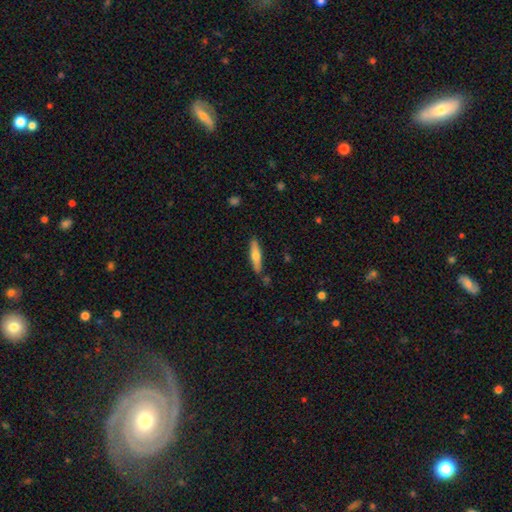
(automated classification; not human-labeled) Smooth or featured? Predicted: smooth (p=0.58). How rounded? Predicted: cigar-shaped (p=0.77). Merging? Predicted: none (p=0.84).